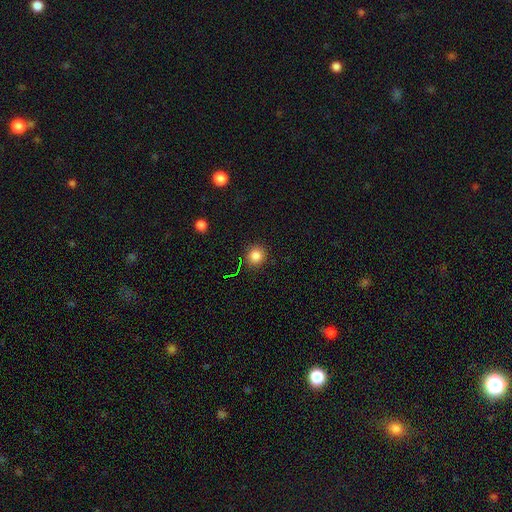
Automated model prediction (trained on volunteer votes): smooth 81%, star or artifact 14%, featured or disk 5%. Down the decision tree: how rounded — round (92%); merging — none (89%).